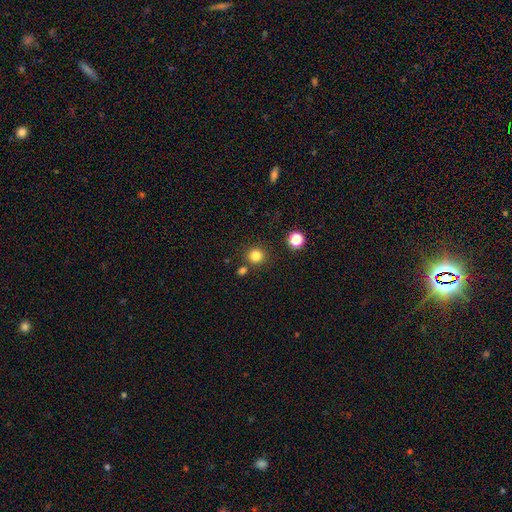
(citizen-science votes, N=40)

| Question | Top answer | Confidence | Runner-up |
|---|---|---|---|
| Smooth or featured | smooth | 85% | star or artifact (12%) |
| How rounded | round | 91% | in between (9%) |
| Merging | none | 77% | merger (14%) |